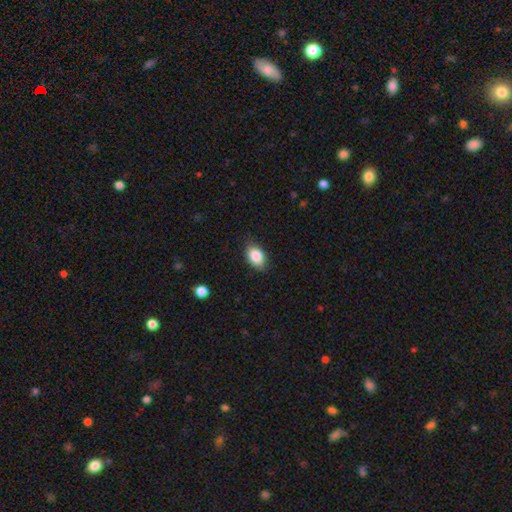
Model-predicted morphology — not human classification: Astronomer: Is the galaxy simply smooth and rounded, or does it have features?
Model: smooth — 86%.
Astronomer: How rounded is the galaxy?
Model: in between — 88%.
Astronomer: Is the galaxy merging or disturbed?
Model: none — 82%.